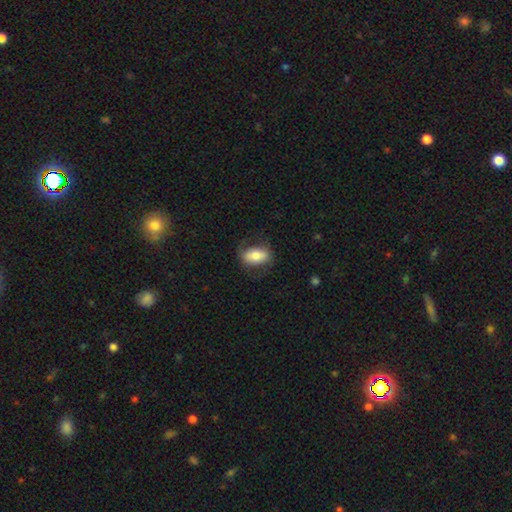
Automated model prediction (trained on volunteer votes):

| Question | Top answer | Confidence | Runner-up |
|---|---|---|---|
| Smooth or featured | smooth | 70% | featured or disk (24%) |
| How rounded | in between | 89% | round (8%) |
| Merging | none | 69% | minor disturbance (19%) |